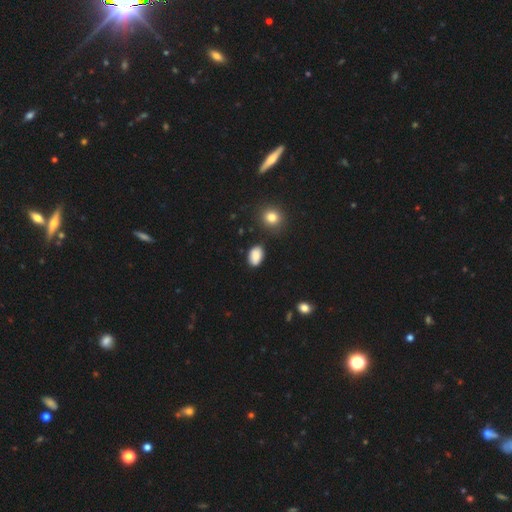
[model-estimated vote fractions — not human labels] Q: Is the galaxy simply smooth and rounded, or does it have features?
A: smooth — 85%.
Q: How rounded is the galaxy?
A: in between — 87%.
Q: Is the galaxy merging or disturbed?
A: none — 79%.